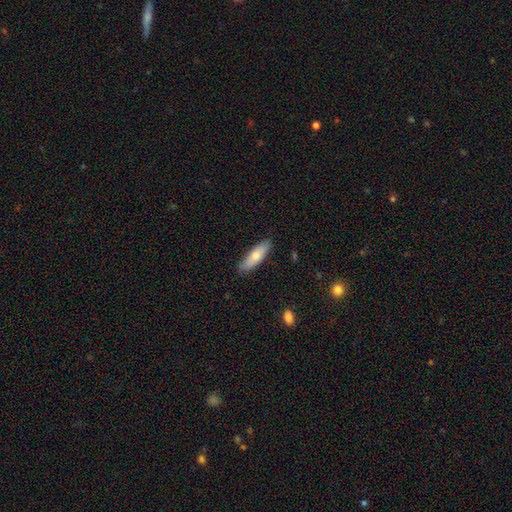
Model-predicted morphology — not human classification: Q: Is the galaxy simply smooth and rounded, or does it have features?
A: smooth — 73%.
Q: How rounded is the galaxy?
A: cigar-shaped — 54%.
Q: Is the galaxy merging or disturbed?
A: none — 86%.